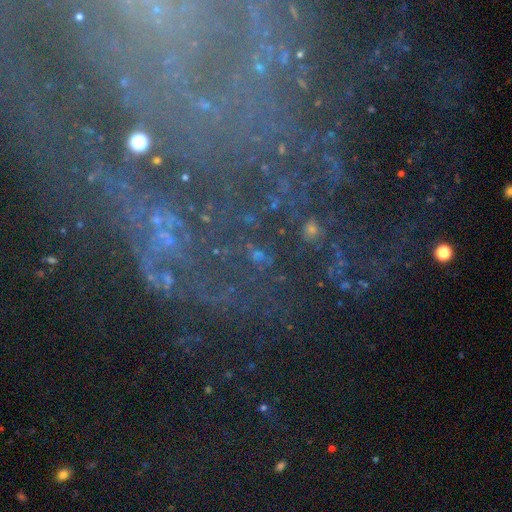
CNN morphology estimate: Smooth or featured? star or artifact (52%)